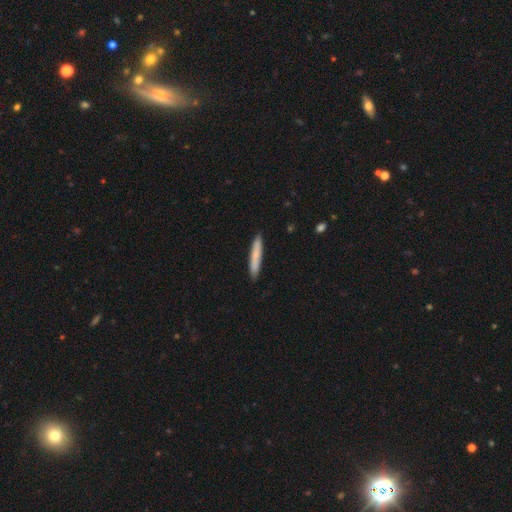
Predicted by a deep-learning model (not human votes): Smooth or featured: smooth — 77% (featured or disk — 17%)
How rounded: cigar-shaped — 94% (in between — 4%)
Merging: none — 90% (minor disturbance — 8%)